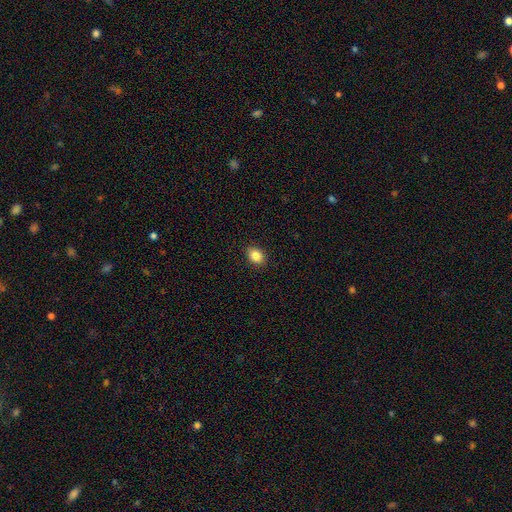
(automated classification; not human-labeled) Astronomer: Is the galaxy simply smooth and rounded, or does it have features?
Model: smooth — 86%.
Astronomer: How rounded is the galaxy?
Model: in between — 68%.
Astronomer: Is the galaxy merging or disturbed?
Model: none — 89%.